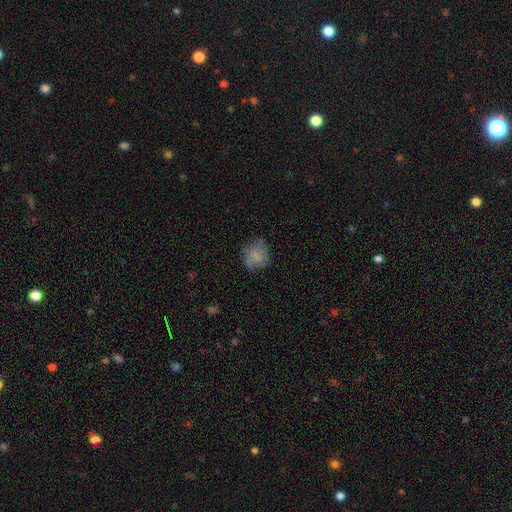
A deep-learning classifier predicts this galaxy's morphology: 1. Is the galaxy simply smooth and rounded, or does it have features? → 70% smooth, 20% featured or disk, 10% star or artifact.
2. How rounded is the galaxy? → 66% round, 33% in between, 1% cigar-shaped.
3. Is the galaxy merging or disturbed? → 64% none, 23% minor disturbance, 10% major disturbance, 2% merger.